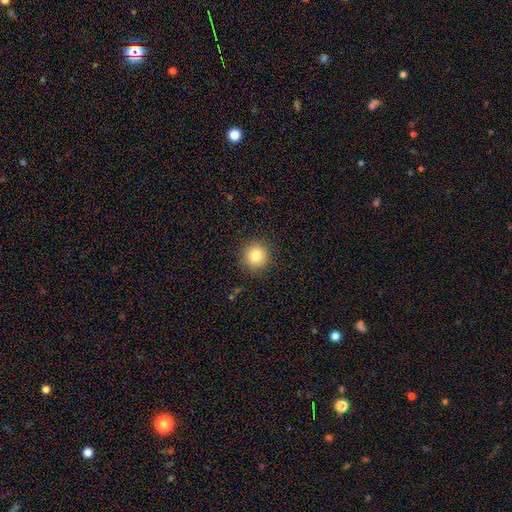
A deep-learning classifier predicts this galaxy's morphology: This appears to be a smooth galaxy with no disk features (83%) that is round (94%). Merging: none (91%).